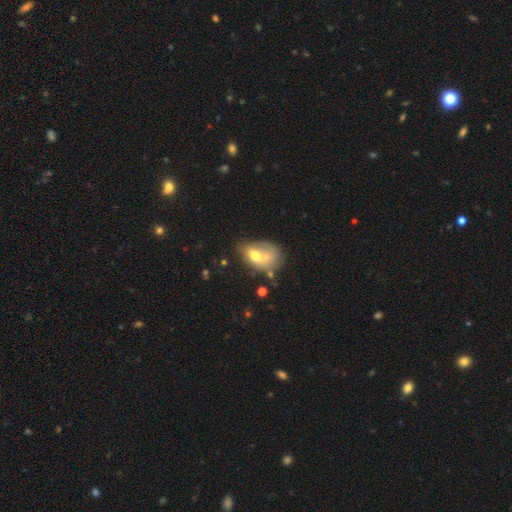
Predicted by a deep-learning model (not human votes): smooth_or_featured: smooth (p=0.60) [alt: featured or disk p=0.30]
how_rounded: in between (p=0.76) [alt: round p=0.22]
merging: merger (p=0.36) [alt: none p=0.24]